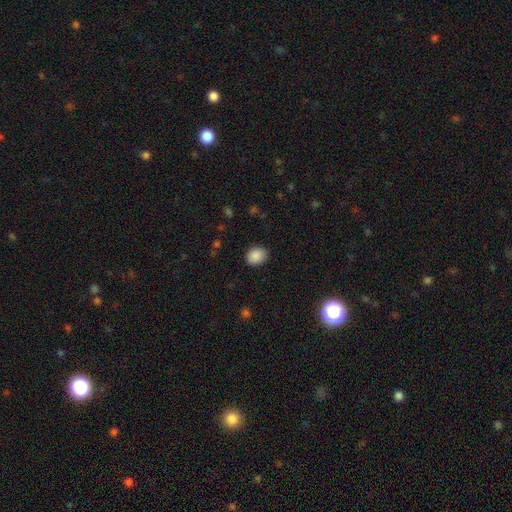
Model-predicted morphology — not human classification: Smooth or featured?
  - smooth: 88% *
  - star or artifact: 8%
  - featured or disk: 4%
How rounded?
  - round: 54% *
  - in between: 45%
  - cigar-shaped: 1%
Merging?
  - none: 88% *
  - minor disturbance: 9%
  - major disturbance: 2%
  - merger: 1%